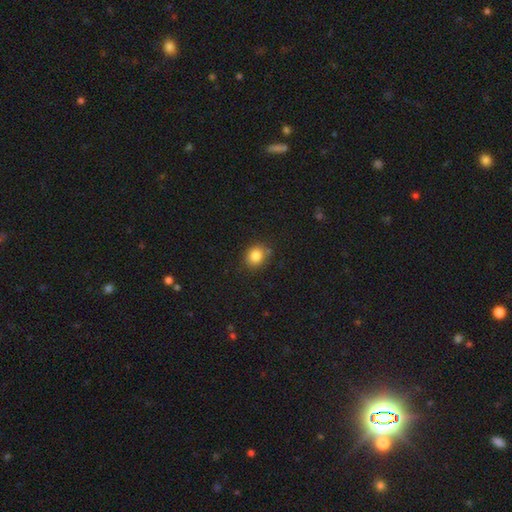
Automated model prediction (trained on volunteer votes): Smooth or featured?
  - smooth: 83% *
  - star or artifact: 11%
  - featured or disk: 6%
How rounded?
  - round: 69% *
  - in between: 30%
  - cigar-shaped: 1%
Merging?
  - none: 80% *
  - minor disturbance: 12%
  - merger: 5%
  - major disturbance: 3%